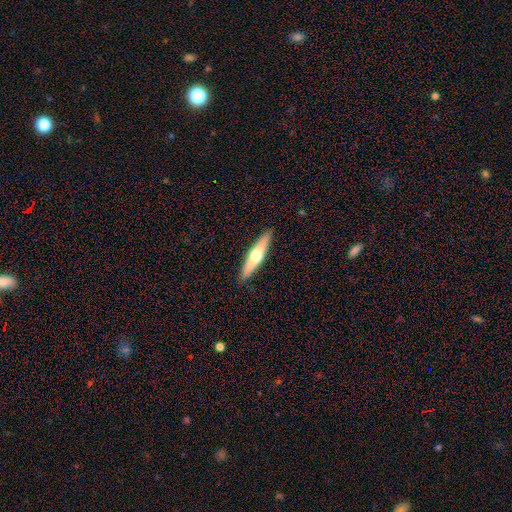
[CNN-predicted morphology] smooth-or-featured: featured or disk: 52% | smooth: 43% | star or artifact: 5%
  disk-edge-on: yes: 94% | no: 6%
  merging: none: 90% | minor disturbance: 7% | major disturbance: 1% | merger: 1%